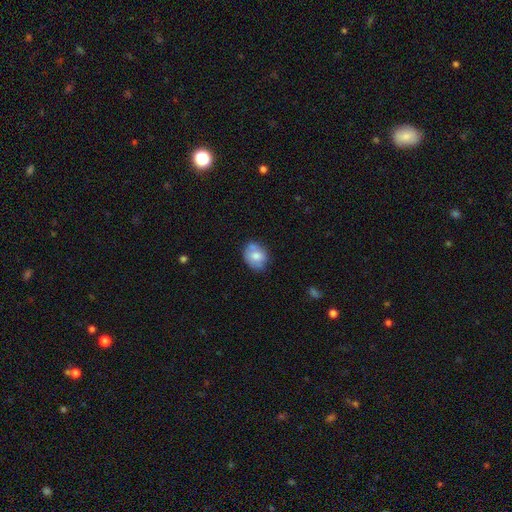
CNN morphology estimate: Smooth or featured? Predicted: smooth (p=0.68). How rounded? Predicted: in between (p=0.54). Merging? Predicted: none (p=0.58).